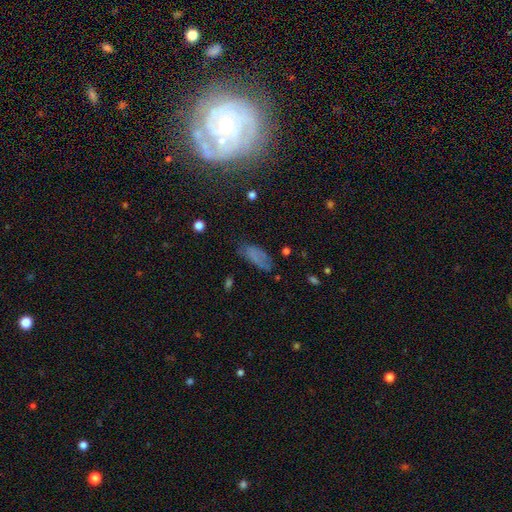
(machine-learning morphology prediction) Smooth or featured?
  - smooth: 66% *
  - featured or disk: 18%
  - star or artifact: 16%
How rounded?
  - in between: 80% *
  - cigar-shaped: 16%
  - round: 3%
Merging?
  - none: 58% *
  - minor disturbance: 27%
  - major disturbance: 12%
  - merger: 3%